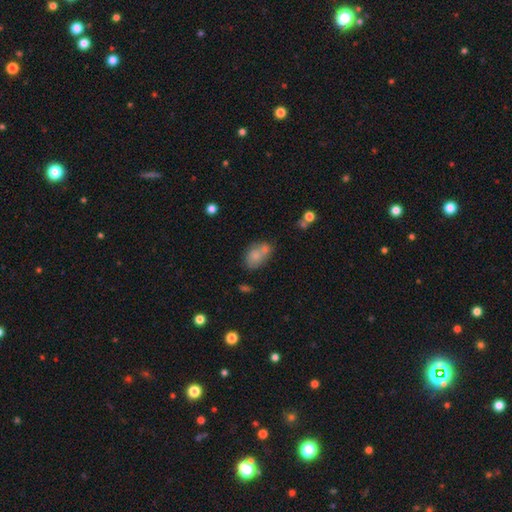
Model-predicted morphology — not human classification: smooth 74%, featured or disk 16%, star or artifact 9%. Down the decision tree: how rounded — in between (84%); merging — none (41%).